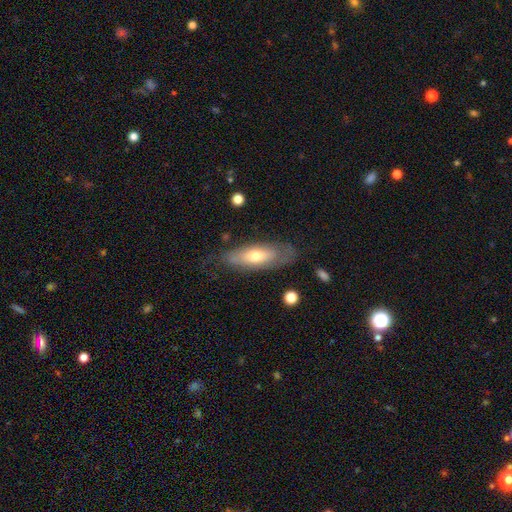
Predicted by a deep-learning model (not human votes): smooth 53%, featured or disk 40%, star or artifact 6%. Down the decision tree: how rounded — in between (62%); merging — none (69%).